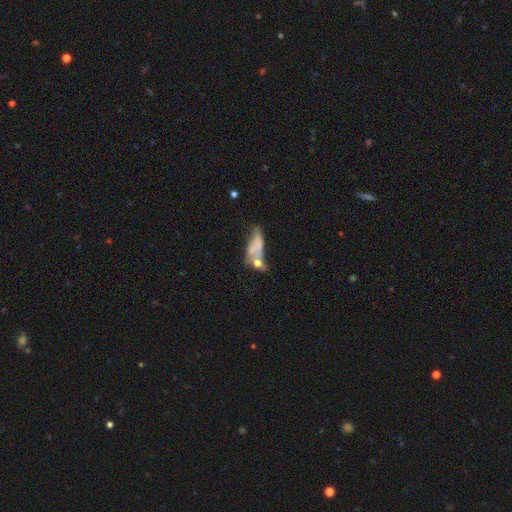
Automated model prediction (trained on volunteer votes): Smooth or featured?
  - smooth: 47% *
  - featured or disk: 39%
  - star or artifact: 14%
Merging?
  - merger: 39% *
  - none: 24%
  - major disturbance: 22%
  - minor disturbance: 16%